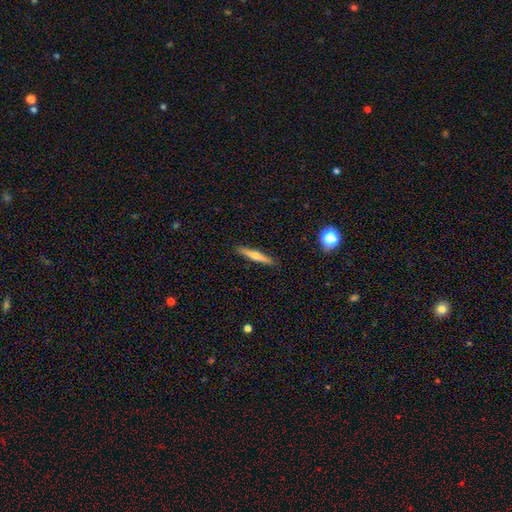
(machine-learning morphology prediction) A smooth galaxy with no disk features (49%).

Vote fractions:
- Smooth or featured? smooth: 49% / featured or disk: 45% / star or artifact: 6%
- Merging? none: 91% / minor disturbance: 6% / major disturbance: 1% / merger: 1%